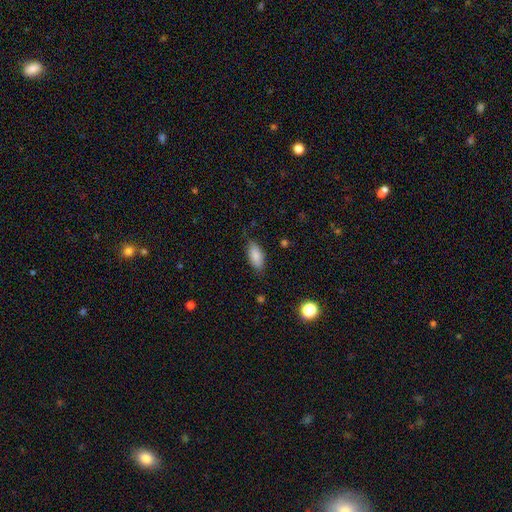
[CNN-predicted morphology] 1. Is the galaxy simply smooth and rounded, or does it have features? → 84% smooth, 9% featured or disk, 7% star or artifact.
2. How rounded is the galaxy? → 87% in between, 11% cigar-shaped, 2% round.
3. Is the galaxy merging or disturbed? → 81% none, 15% minor disturbance, 3% major disturbance, 1% merger.